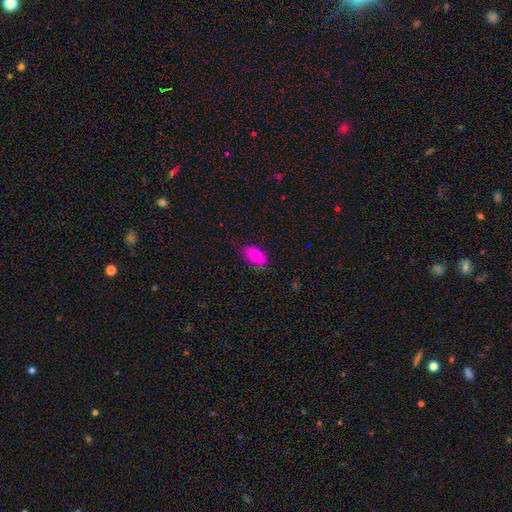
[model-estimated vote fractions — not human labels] A smooth galaxy with no disk features (85%) that is in between round and cigar-shaped (93%).

Vote fractions:
- Smooth or featured? smooth: 85% / featured or disk: 8% / star or artifact: 7%
- How rounded? in between: 93% / round: 6% / cigar-shaped: 2%
- Merging? none: 79% / minor disturbance: 17% / major disturbance: 3% / merger: 1%